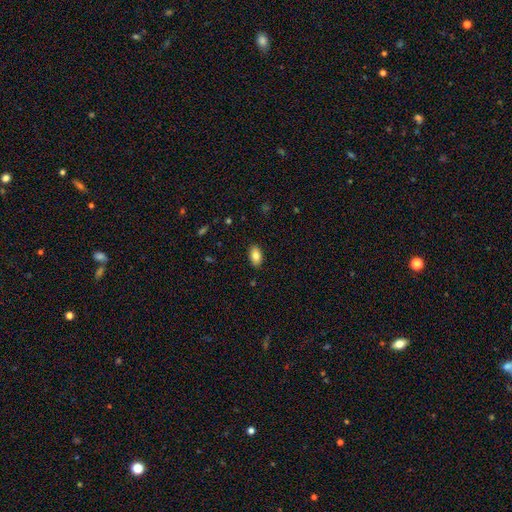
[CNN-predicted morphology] A smooth galaxy with no disk features (83%) that is in between round and cigar-shaped (93%). Merging: none (88%).